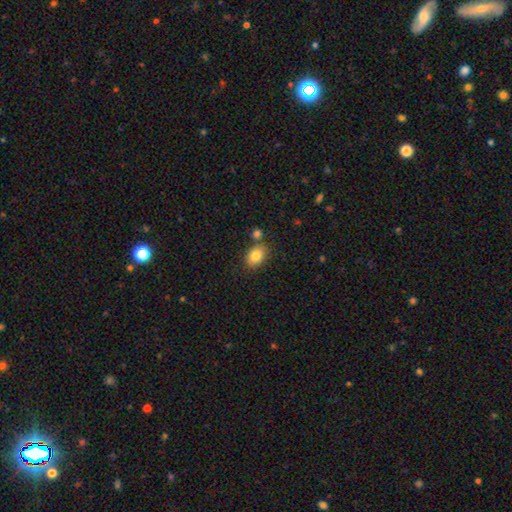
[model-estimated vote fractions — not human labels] Overall: smooth (83%). How rounded: in between (76%). Merging: none (74%).